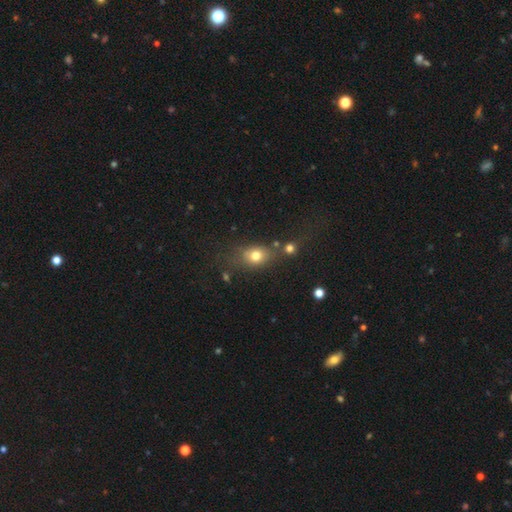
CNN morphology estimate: smooth-or-featured: smooth: 75% | star or artifact: 14% | featured or disk: 11%
  how-rounded: in between: 52% | round: 46% | cigar-shaped: 2%
  merging: none: 58% | merger: 16% | minor disturbance: 16% | major disturbance: 9%